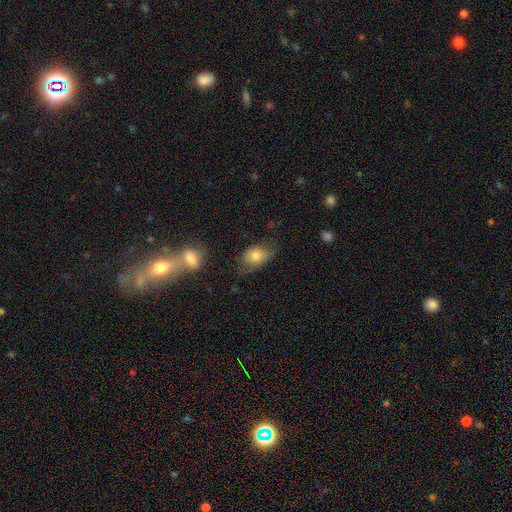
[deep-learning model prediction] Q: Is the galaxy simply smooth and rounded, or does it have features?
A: smooth — 76%.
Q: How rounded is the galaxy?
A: in between — 81%.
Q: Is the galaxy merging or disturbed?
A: none — 52%.